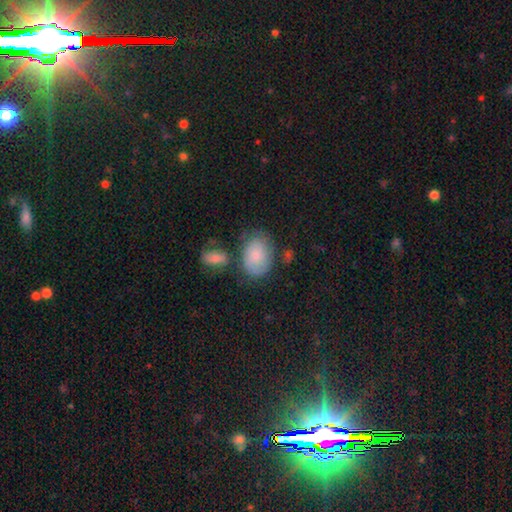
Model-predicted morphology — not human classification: The model was most divided on "merging": none: 58%, minor disturbance: 23%, merger: 11%, major disturbance: 8%. More confident: how rounded — in between (79%); smooth or featured — smooth (78%).